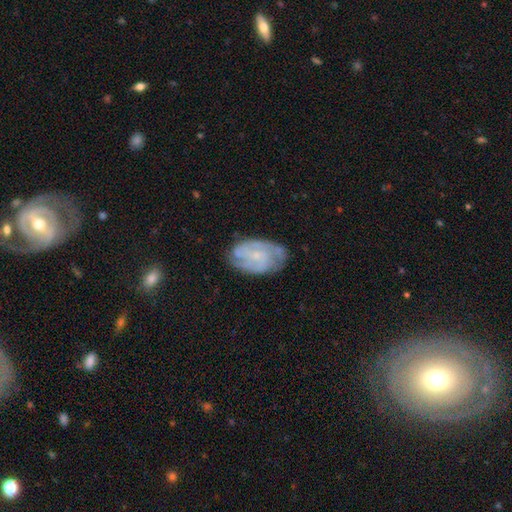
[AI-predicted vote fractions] Smooth or featured?
  - featured or disk: 77% *
  - smooth: 16%
  - star or artifact: 6%
Edge-on disk?
  - no: 97% *
  - yes: 3%
Bar?
  - no: 60% *
  - weak: 35%
  - strong: 6%
Spiral arms?
  - yes: 93% *
  - no: 7%
Spiral winding?
  - tight: 50% *
  - medium: 39%
  - loose: 11%
Spiral arm count?
  - 2: 30% *
  - can't tell: 29%
  - 3: 23%
  - 4: 9%
  - 1: 5%
  - more than 4: 4%
Bulge size?
  - small: 72% *
  - moderate: 15%
  - none: 11%
  - large: 1%
  - dominant: 1%
Merging?
  - none: 71% *
  - minor disturbance: 21%
  - major disturbance: 7%
  - merger: 2%